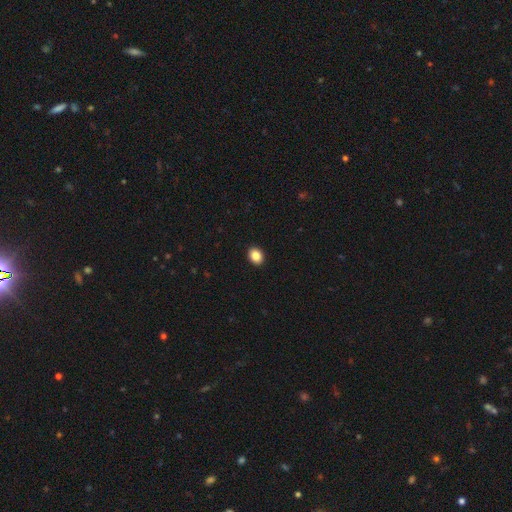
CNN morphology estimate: smooth 87%, star or artifact 9%, featured or disk 4%. Down the decision tree: how rounded — in between (57%); merging — none (92%).